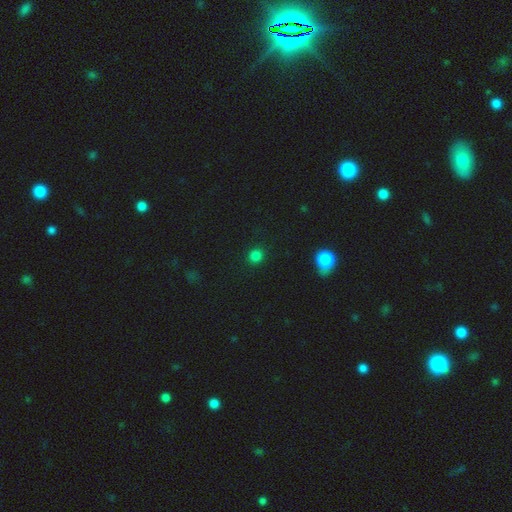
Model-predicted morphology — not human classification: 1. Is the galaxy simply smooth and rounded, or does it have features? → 82% smooth, 14% star or artifact, 4% featured or disk.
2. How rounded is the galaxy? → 88% round, 11% in between, 1% cigar-shaped.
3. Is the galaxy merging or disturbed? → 90% none, 6% minor disturbance, 2% major disturbance, 2% merger.